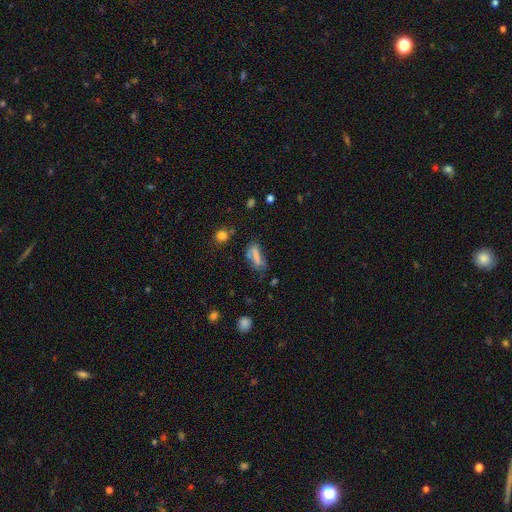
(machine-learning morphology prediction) Smooth or featured?
  - smooth: 63% *
  - featured or disk: 22%
  - star or artifact: 14%
How rounded?
  - in between: 50% *
  - cigar-shaped: 46%
  - round: 5%
Merging?
  - none: 48% *
  - minor disturbance: 25%
  - major disturbance: 17%
  - merger: 9%